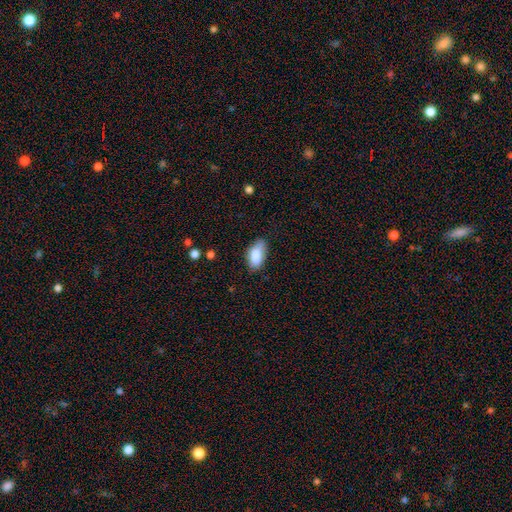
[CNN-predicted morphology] Q: Smooth or featured?
A: smooth (82%); runner-up: featured or disk (11%)
Q: How rounded?
A: in between (91%); runner-up: cigar-shaped (5%)
Q: Merging?
A: none (67%); runner-up: minor disturbance (25%)